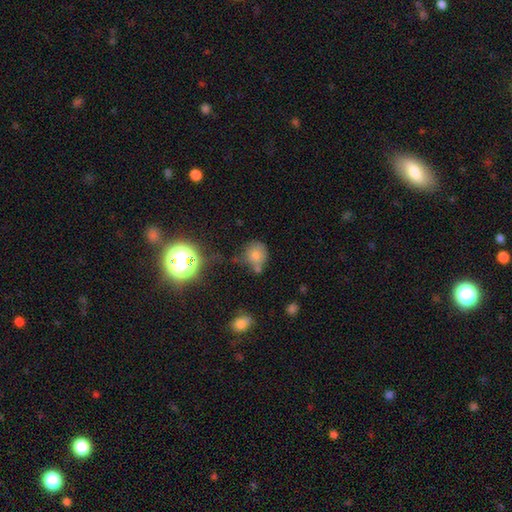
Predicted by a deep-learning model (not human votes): Q: Smooth or featured?
A: smooth (69%); runner-up: star or artifact (20%)
Q: How rounded?
A: round (79%); runner-up: in between (20%)
Q: Merging?
A: none (52%); runner-up: minor disturbance (21%)